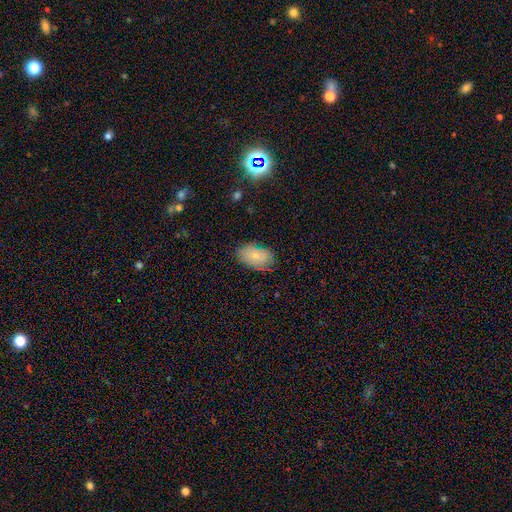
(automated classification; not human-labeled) Overall: smooth (72%). How rounded: in between (92%). Merging: none (72%).